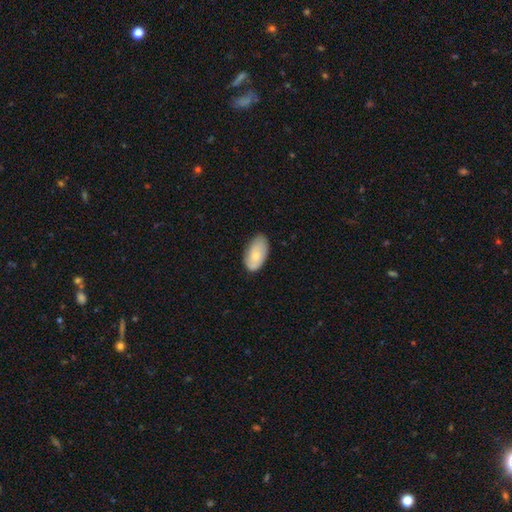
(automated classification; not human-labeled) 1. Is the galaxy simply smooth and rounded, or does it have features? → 73% smooth, 21% featured or disk, 6% star or artifact.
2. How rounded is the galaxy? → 94% in between, 4% round, 2% cigar-shaped.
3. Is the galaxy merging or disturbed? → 71% none, 25% minor disturbance, 4% major disturbance, 1% merger.